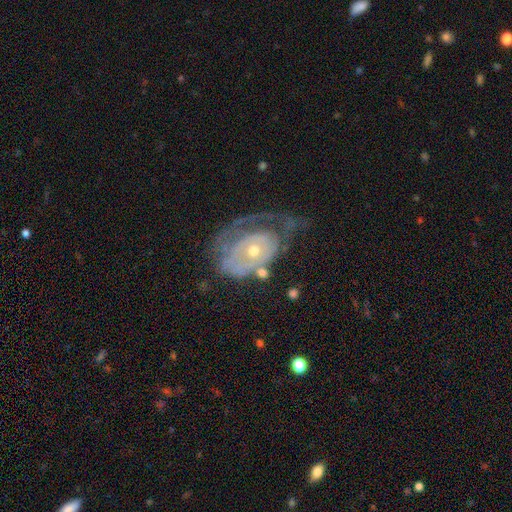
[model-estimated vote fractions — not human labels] A featured or disk galaxy (76%) with no bar (77%), tight (63%) spiral arms (74%) and a small central bulge (59%). Merging: major disturbance (36%).